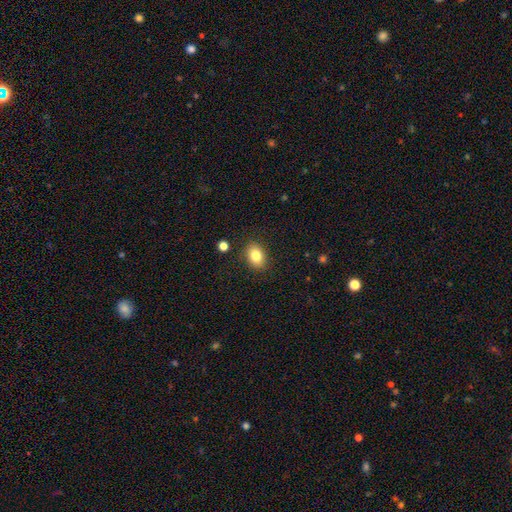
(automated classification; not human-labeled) Smooth or featured? Predicted: smooth (p=0.83). How rounded? Predicted: in between (p=0.74). Merging? Predicted: none (p=0.86).